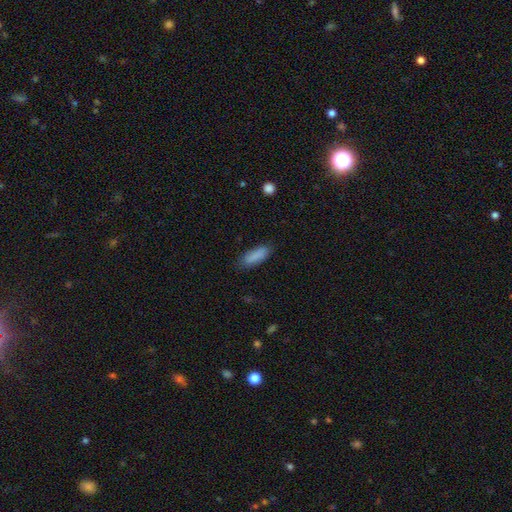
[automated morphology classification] A smooth galaxy with no disk features (87%) that is in between round and cigar-shaped (62%).

Vote fractions:
- Smooth or featured? smooth: 87% / star or artifact: 7% / featured or disk: 6%
- How rounded? in between: 62% / cigar-shaped: 36% / round: 2%
- Merging? none: 82% / minor disturbance: 14% / major disturbance: 3% / merger: 1%